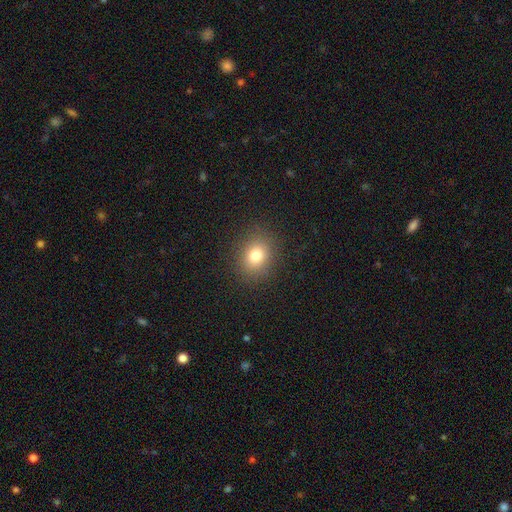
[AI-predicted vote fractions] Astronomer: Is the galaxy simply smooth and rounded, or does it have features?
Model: smooth — 78%.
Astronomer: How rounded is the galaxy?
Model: round — 68%.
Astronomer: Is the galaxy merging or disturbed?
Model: none — 88%.